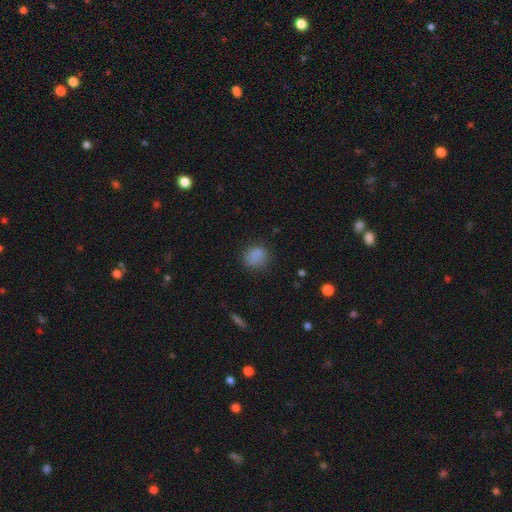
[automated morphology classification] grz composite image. It shows a smooth galaxy with no disk features (81%) that is round (70%). Merging: none (73%).